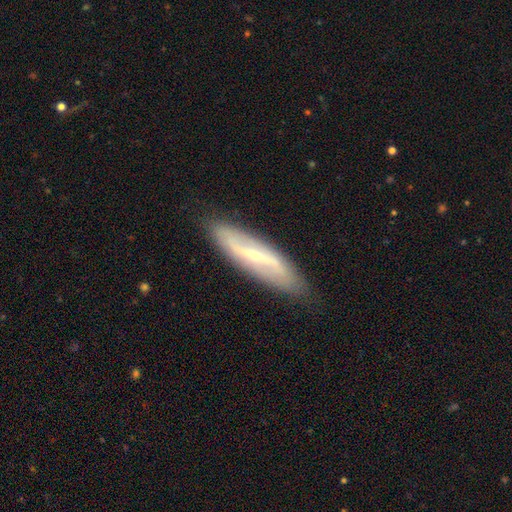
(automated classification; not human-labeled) Smooth or featured: featured or disk — 75% (smooth — 19%)
Edge-on disk: no — 74% (yes — 26%)
Bar: strong — 53% (weak — 33%)
Spiral arms: yes — 80% (no — 20%)
Bulge size: small — 75% (moderate — 19%)
Merging: none — 84% (minor disturbance — 12%)